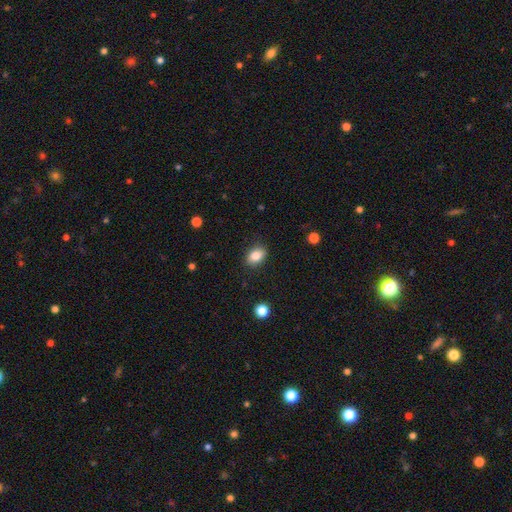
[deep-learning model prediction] smooth_or_featured: smooth (p=0.84) [alt: star or artifact p=0.09]
how_rounded: in between (p=0.80) [alt: round p=0.18]
merging: none (p=0.86) [alt: minor disturbance p=0.11]